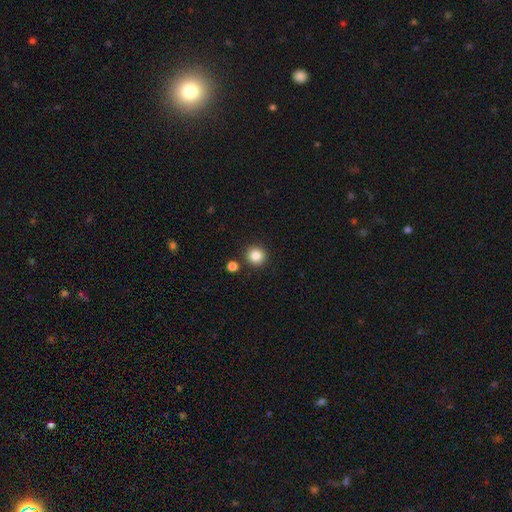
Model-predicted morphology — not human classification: This appears to be a smooth galaxy with no disk features (85%) that is round (94%). Merging: none (88%).